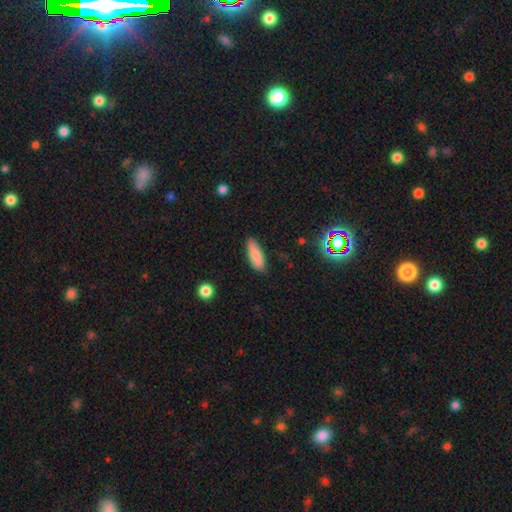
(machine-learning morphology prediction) A smooth galaxy with no disk features (84%) that is in between round and cigar-shaped (60%). Merging: none (81%).